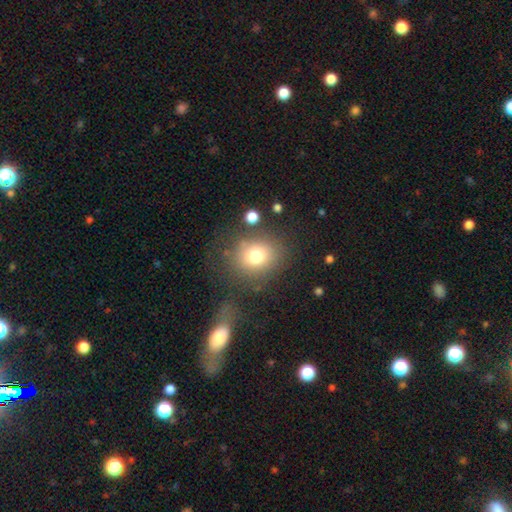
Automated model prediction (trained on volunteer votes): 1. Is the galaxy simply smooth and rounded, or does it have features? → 75% smooth, 13% star or artifact, 12% featured or disk.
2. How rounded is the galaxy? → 72% round, 27% in between, 1% cigar-shaped.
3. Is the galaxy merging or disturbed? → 69% none, 15% minor disturbance, 10% major disturbance, 7% merger.